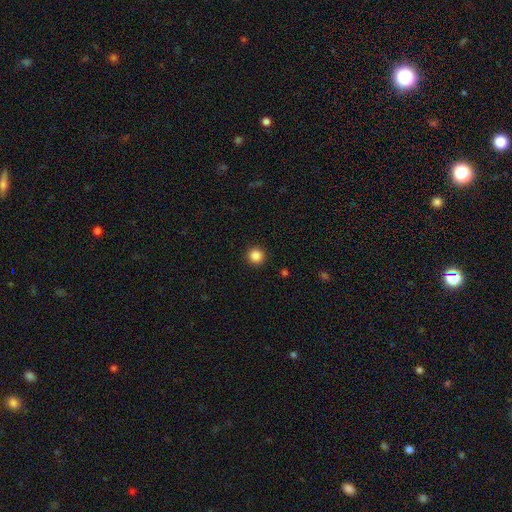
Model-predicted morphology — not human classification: type=smooth (86%); roundness=round (94%); merging=none (92%).